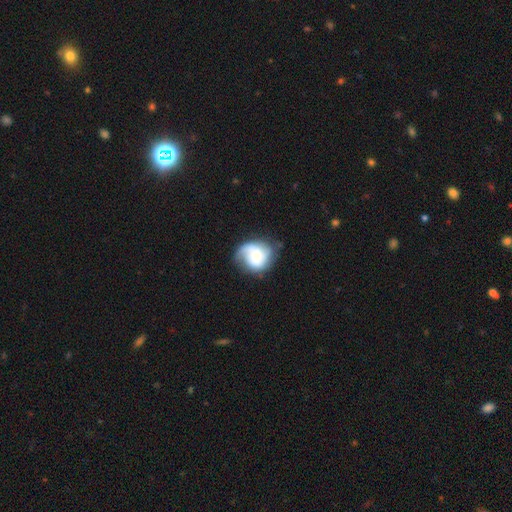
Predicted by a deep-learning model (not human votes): Smooth or featured?
  - featured or disk: 60% *
  - smooth: 32%
  - star or artifact: 7%
Edge-on disk?
  - no: 98% *
  - yes: 2%
Bar?
  - no: 61% *
  - weak: 32%
  - strong: 7%
Spiral arms?
  - yes: 90% *
  - no: 10%
Spiral winding?
  - medium: 40% *
  - tight: 32%
  - loose: 28%
Spiral arm count?
  - 2: 46% *
  - 1: 27%
  - can't tell: 15%
  - 3: 8%
  - 4: 2%
  - more than 4: 2%
Bulge size?
  - small: 38% *
  - none: 24%
  - moderate: 22%
  - large: 12%
  - dominant: 4%
Merging?
  - none: 54% *
  - minor disturbance: 26%
  - major disturbance: 17%
  - merger: 2%